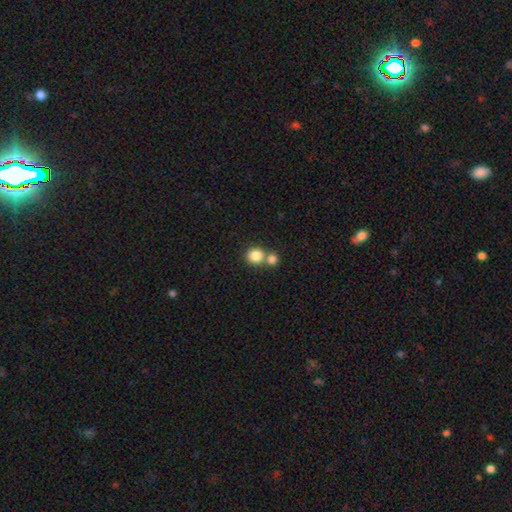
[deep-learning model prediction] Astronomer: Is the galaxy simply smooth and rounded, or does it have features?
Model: smooth — 84%.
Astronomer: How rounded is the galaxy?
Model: round — 86%.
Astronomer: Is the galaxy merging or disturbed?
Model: none — 49% (runner-up: merger, 42%).